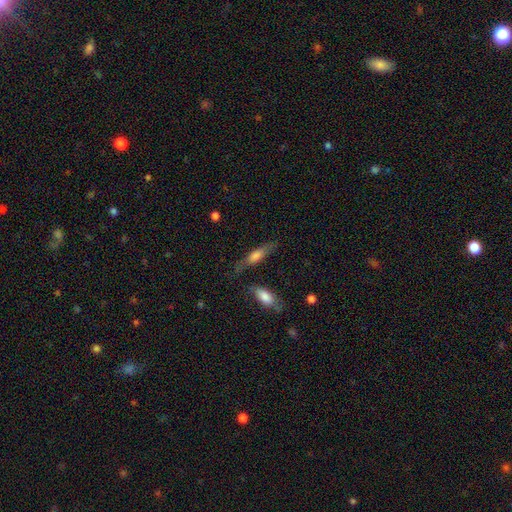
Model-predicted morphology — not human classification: smooth 59%, featured or disk 34%, star or artifact 7%. Down the decision tree: how rounded — cigar-shaped (65%); merging — none (69%).